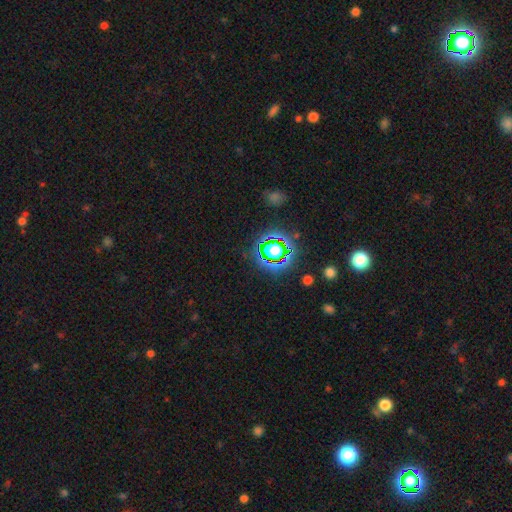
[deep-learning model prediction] smooth_or_featured: star or artifact (p=0.77) [alt: smooth p=0.16]